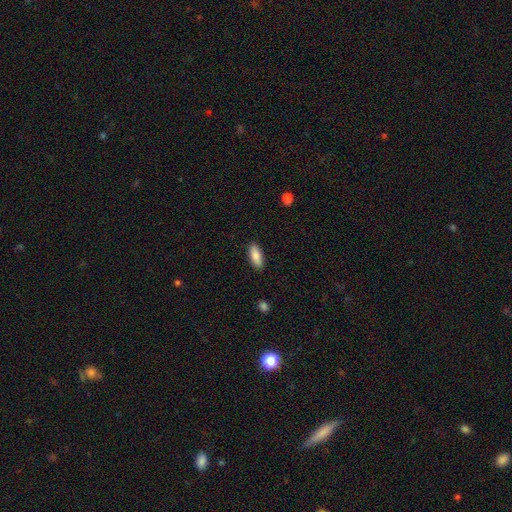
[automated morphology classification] smooth 87%, featured or disk 6%, star or artifact 6%. Down the decision tree: how rounded — in between (77%); merging — none (88%).